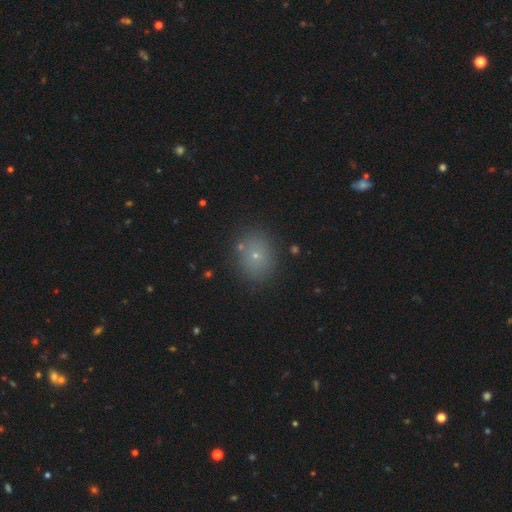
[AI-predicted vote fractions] The model was most divided on "how rounded": round: 68%, in between: 31%, cigar-shaped: 1%. More confident: merging — none (85%); smooth or featured — smooth (68%).